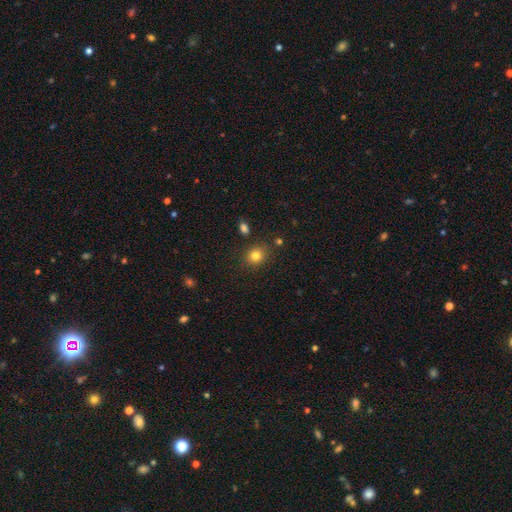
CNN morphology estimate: A smooth galaxy with no disk features (81%) that is round (68%). Merging: none (82%).